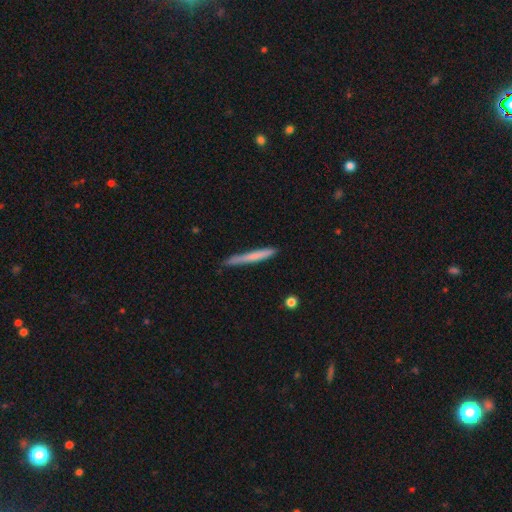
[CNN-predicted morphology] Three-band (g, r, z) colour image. It shows a smooth galaxy with no disk features (69%) that is cigar-shaped (96%). Merging: none (77%).